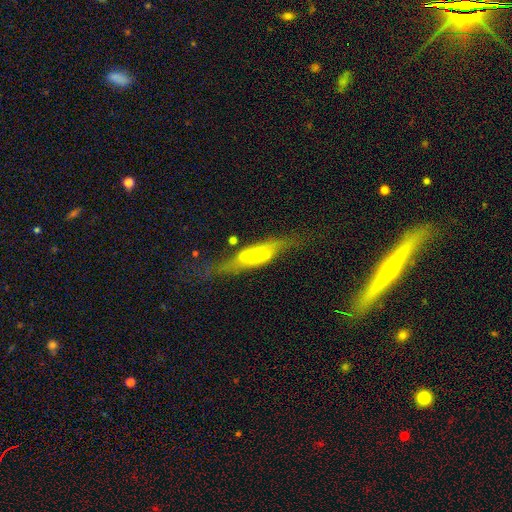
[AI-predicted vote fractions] Smooth or featured: featured or disk — 64% (smooth — 29%)
Edge-on disk: yes — 52% (no — 48%)
Merging: none — 40% (major disturbance — 29%)